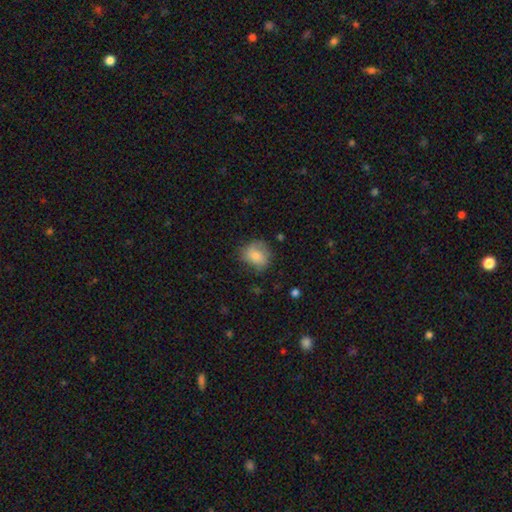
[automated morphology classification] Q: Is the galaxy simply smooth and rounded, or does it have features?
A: smooth — 72%.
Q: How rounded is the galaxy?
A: round — 66%.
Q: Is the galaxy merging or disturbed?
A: none — 61%.